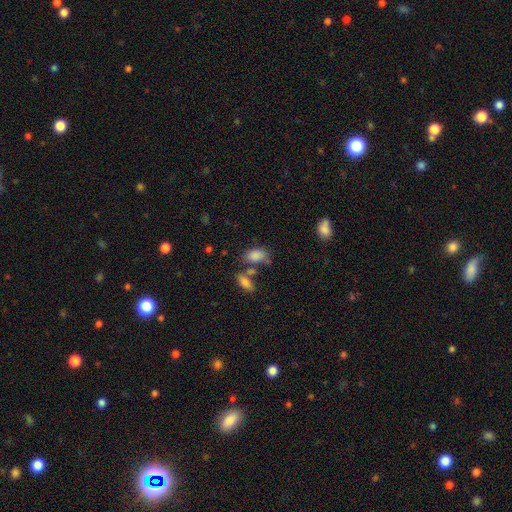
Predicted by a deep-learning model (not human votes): Q: Smooth or featured?
A: smooth (84%); runner-up: star or artifact (9%)
Q: How rounded?
A: in between (89%); runner-up: round (8%)
Q: Merging?
A: none (51%); runner-up: merger (22%)